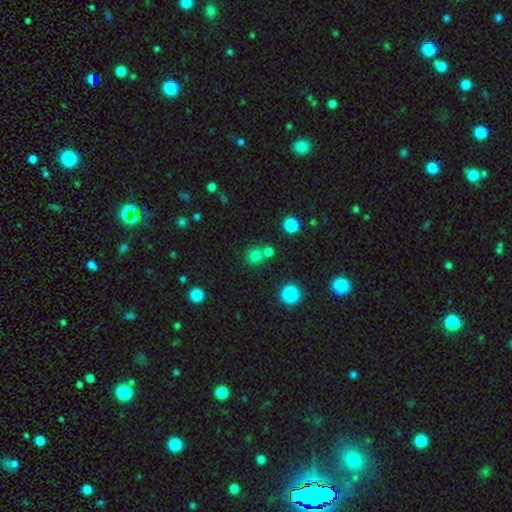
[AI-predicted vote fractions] This appears to be a smooth galaxy with no disk features (73%) that is round (90%). Merging: none (66%).